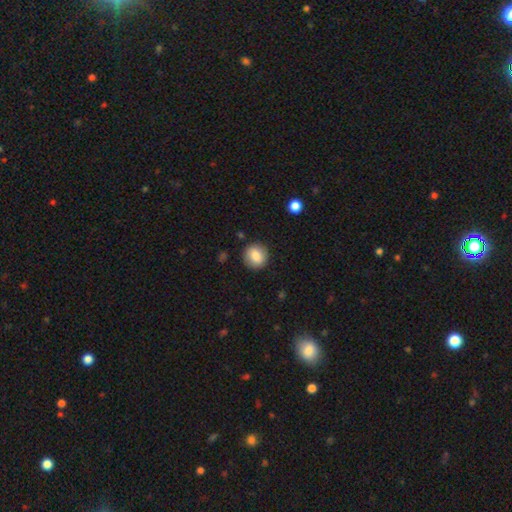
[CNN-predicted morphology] This appears to be a smooth galaxy with no disk features (83%) that is round (88%). Merging: none (88%).